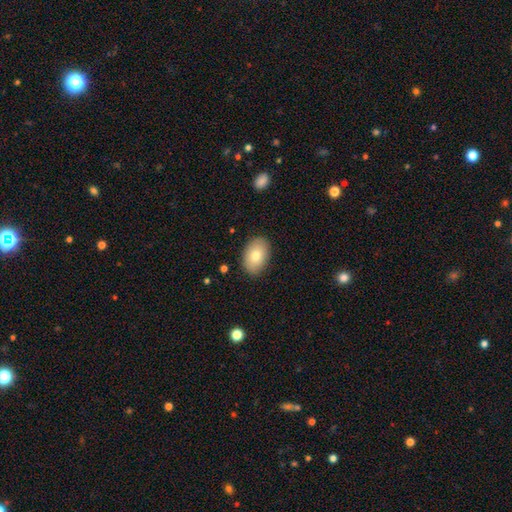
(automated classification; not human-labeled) smooth-or-featured: smooth: 77% | featured or disk: 16% | star or artifact: 7%
  how-rounded: in between: 88% | round: 11% | cigar-shaped: 1%
  merging: none: 87% | minor disturbance: 9% | major disturbance: 2% | merger: 1%